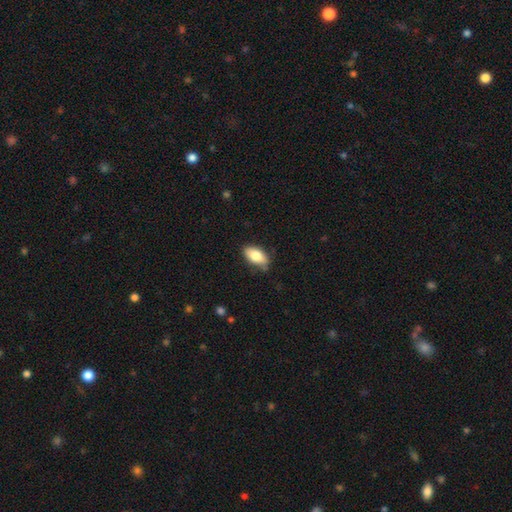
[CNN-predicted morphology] smooth-or-featured: smooth: 82% | featured or disk: 11% | star or artifact: 7%
  how-rounded: in between: 92% | cigar-shaped: 4% | round: 4%
  merging: none: 78% | minor disturbance: 18% | major disturbance: 3% | merger: 2%